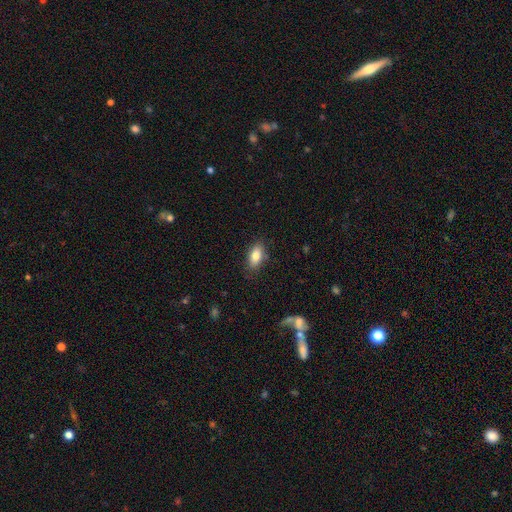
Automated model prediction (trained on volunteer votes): Smooth or featured: smooth — 82% (featured or disk — 11%)
How rounded: in between — 88% (cigar-shaped — 8%)
Merging: none — 83% (minor disturbance — 13%)